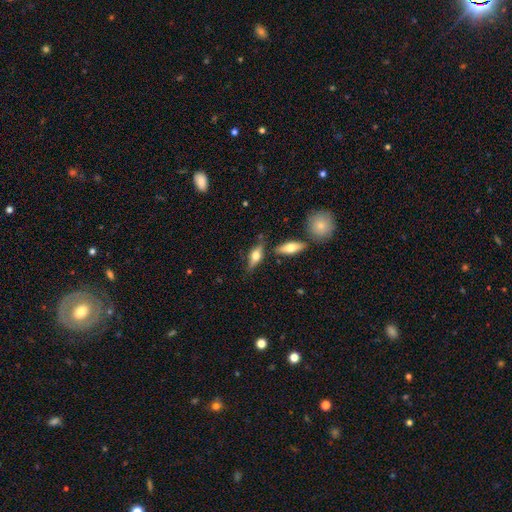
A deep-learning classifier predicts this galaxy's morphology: type=featured or disk (47%); merging=none (70%).